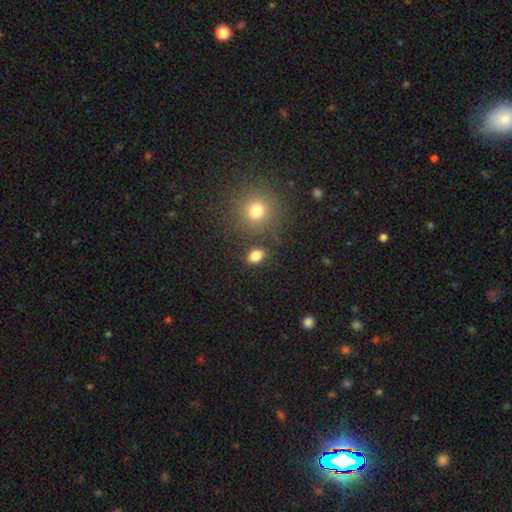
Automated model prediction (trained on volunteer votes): A smooth galaxy with no disk features (83%) that is in between round and cigar-shaped (66%).

Vote fractions:
- Smooth or featured? smooth: 83% / star or artifact: 12% / featured or disk: 5%
- How rounded? in between: 66% / round: 33% / cigar-shaped: 1%
- Merging? none: 81% / minor disturbance: 10% / merger: 6% / major disturbance: 3%